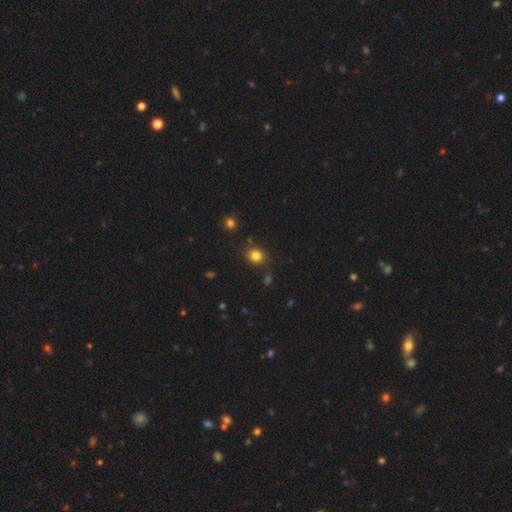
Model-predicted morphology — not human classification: Smooth or featured?
  - smooth: 81% *
  - star or artifact: 13%
  - featured or disk: 6%
How rounded?
  - round: 74% *
  - in between: 25%
  - cigar-shaped: 1%
Merging?
  - none: 83% *
  - minor disturbance: 10%
  - merger: 4%
  - major disturbance: 3%